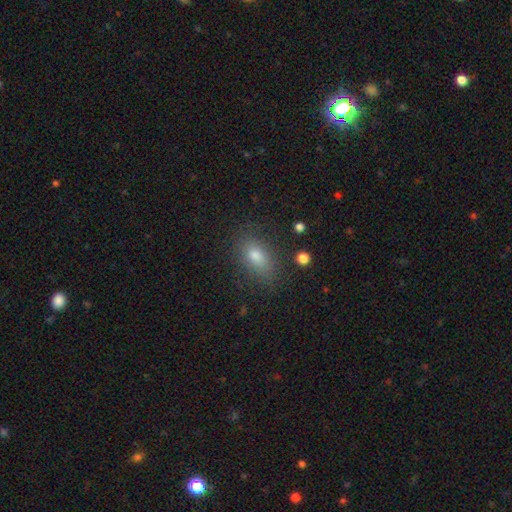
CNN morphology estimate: A smooth galaxy with no disk features (77%) that is in between round and cigar-shaped (83%). Merging: none (80%).